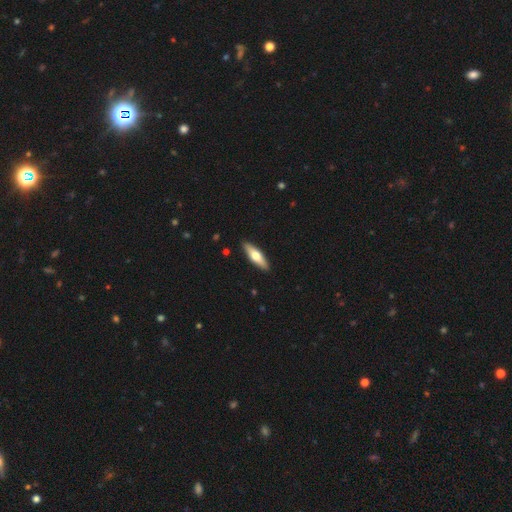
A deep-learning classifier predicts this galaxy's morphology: The model was most divided on "smooth or featured": smooth: 53%, featured or disk: 42%, star or artifact: 5%. More confident: merging — none (90%); how rounded — cigar-shaped (58%).